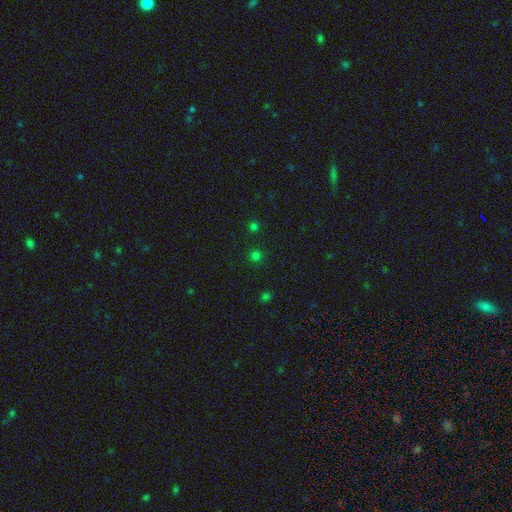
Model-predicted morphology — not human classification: Smooth or featured? smooth (69%)
How rounded? round (92%)
Merging? none (87%)